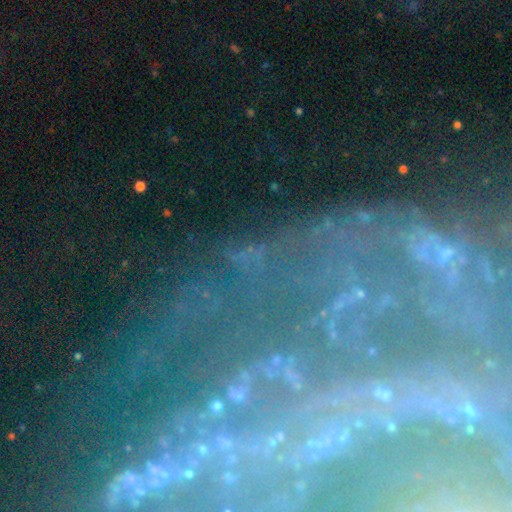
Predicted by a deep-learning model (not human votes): Smooth or featured? Predicted: featured or disk (p=0.50). Edge-on disk? Predicted: no (p=0.88). Merging? Predicted: none (p=0.68).